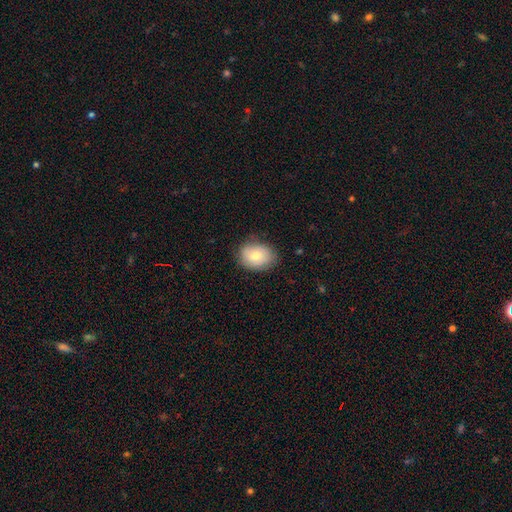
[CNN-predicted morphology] Q: Smooth or featured?
A: smooth (75%); runner-up: featured or disk (18%)
Q: How rounded?
A: in between (64%); runner-up: round (35%)
Q: Merging?
A: none (78%); runner-up: minor disturbance (17%)